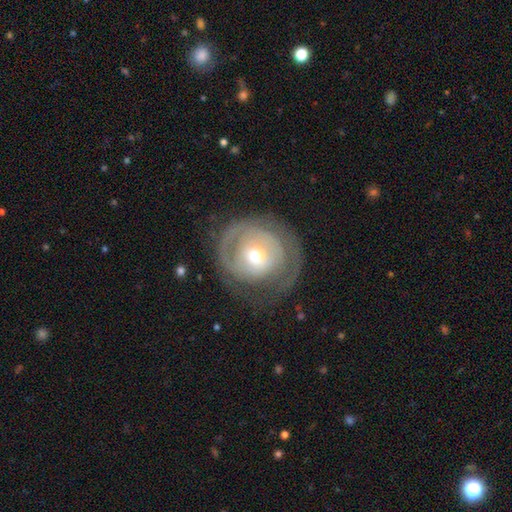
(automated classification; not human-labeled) Overall: featured or disk (68%). Edge-on disk: no (96%). Bar: no (70%). Spiral arms: yes (68%; no 32%). Bulge size: moderate (53%; small 41%). Merging: none (61%).